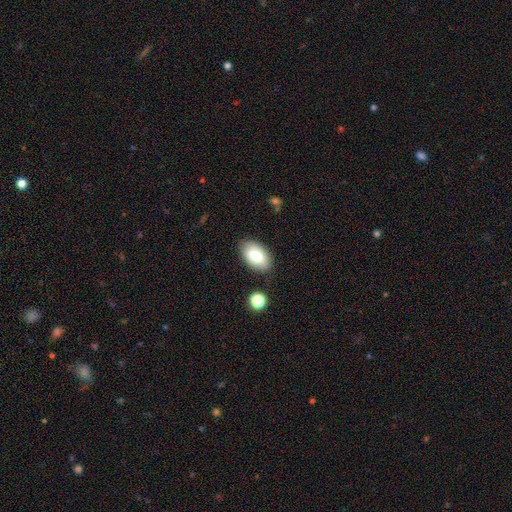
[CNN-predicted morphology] A smooth galaxy with no disk features (77%) that is in between round and cigar-shaped (93%).

Vote fractions:
- Smooth or featured? smooth: 77% / featured or disk: 16% / star or artifact: 7%
- How rounded? in between: 93% / round: 5% / cigar-shaped: 1%
- Merging? none: 85% / minor disturbance: 11% / major disturbance: 3% / merger: 2%